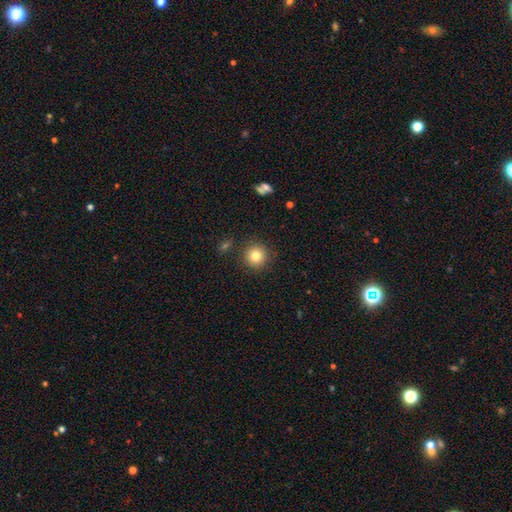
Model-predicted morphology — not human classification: Smooth or featured?
  - smooth: 82% *
  - star or artifact: 11%
  - featured or disk: 7%
How rounded?
  - round: 94% *
  - in between: 5%
  - cigar-shaped: 1%
Merging?
  - none: 88% *
  - minor disturbance: 7%
  - merger: 2%
  - major disturbance: 2%